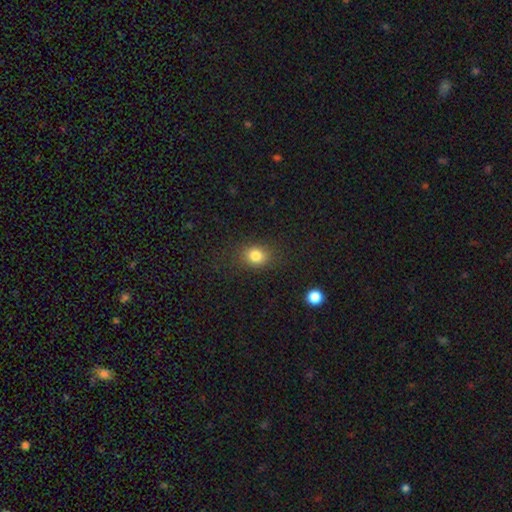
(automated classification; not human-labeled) Overall: smooth (82%). How rounded: round (58%; in between 41%). Merging: none (84%).